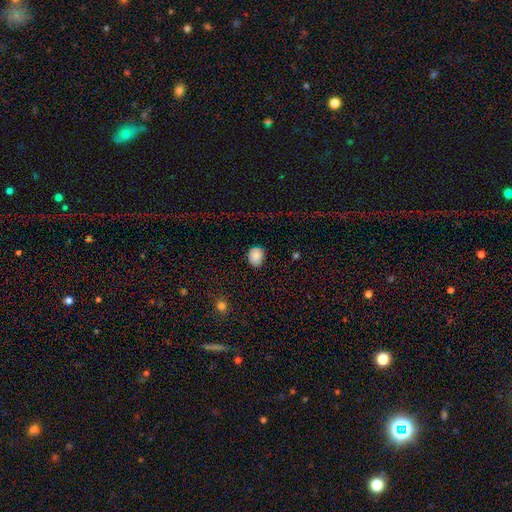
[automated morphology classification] This appears to be a smooth galaxy with no disk features (85%) that is round (57%). Merging: none (78%).